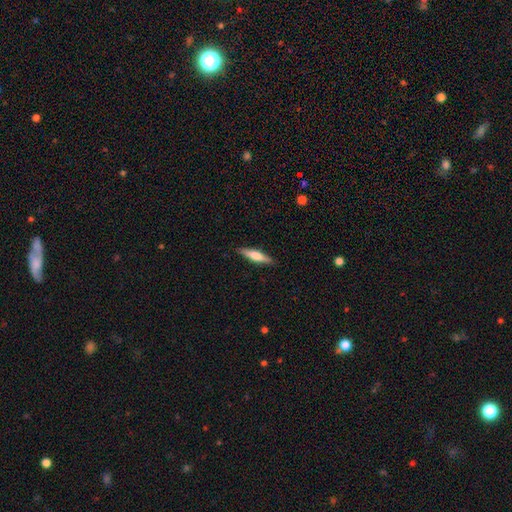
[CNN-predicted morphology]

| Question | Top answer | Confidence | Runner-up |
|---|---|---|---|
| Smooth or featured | smooth | 56% | featured or disk (38%) |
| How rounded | cigar-shaped | 80% | in between (18%) |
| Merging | none | 89% | minor disturbance (8%) |